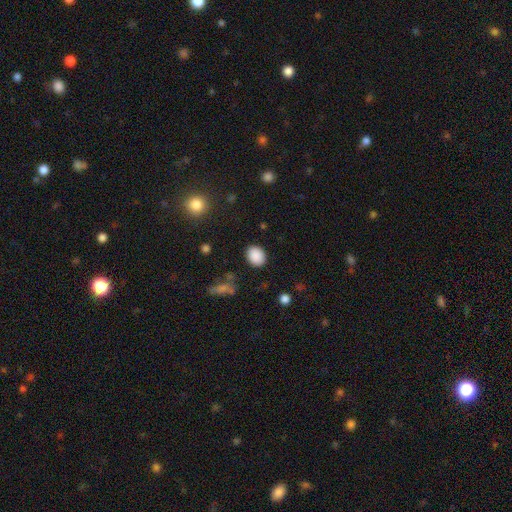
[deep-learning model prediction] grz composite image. It shows a smooth galaxy with no disk features (88%) that is in between round and cigar-shaped (54%). Merging: none (87%).